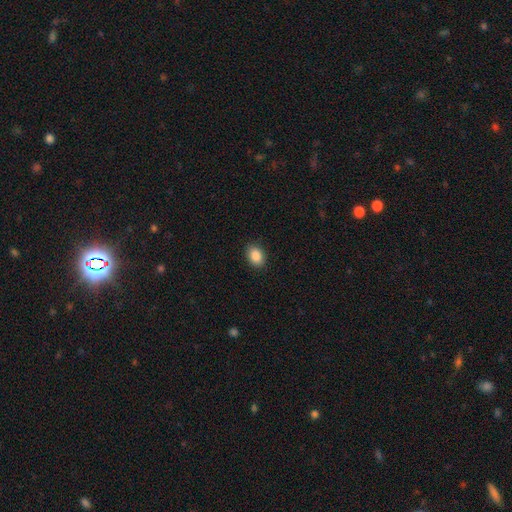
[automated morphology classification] smooth_or_featured: smooth (p=0.88) [alt: star or artifact p=0.08]
how_rounded: in between (p=0.74) [alt: round p=0.25]
merging: none (p=0.90) [alt: minor disturbance p=0.08]